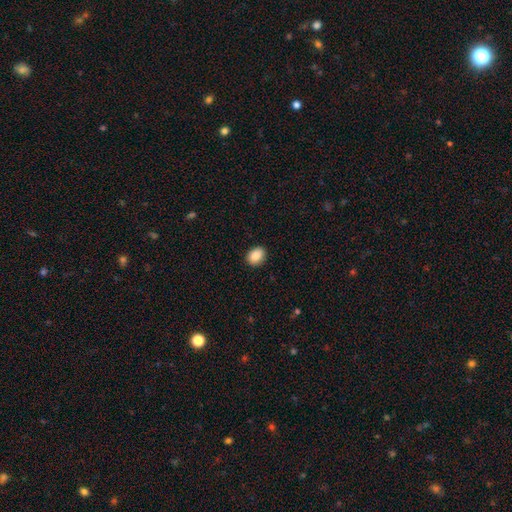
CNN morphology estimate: Smooth or featured?
  - smooth: 88% *
  - star or artifact: 8%
  - featured or disk: 4%
How rounded?
  - in between: 60% *
  - round: 39%
  - cigar-shaped: 1%
Merging?
  - none: 88% *
  - minor disturbance: 9%
  - major disturbance: 2%
  - merger: 1%